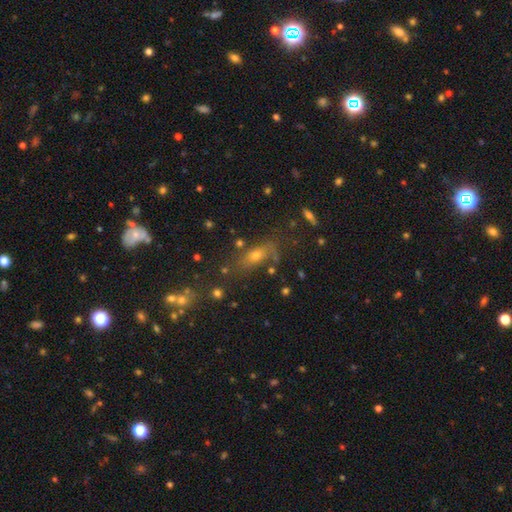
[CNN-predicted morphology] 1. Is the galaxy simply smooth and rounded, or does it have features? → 57% smooth, 23% star or artifact, 20% featured or disk.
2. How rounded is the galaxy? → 63% in between, 23% cigar-shaped, 14% round.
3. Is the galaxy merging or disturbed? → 66% none, 18% minor disturbance, 9% major disturbance, 8% merger.